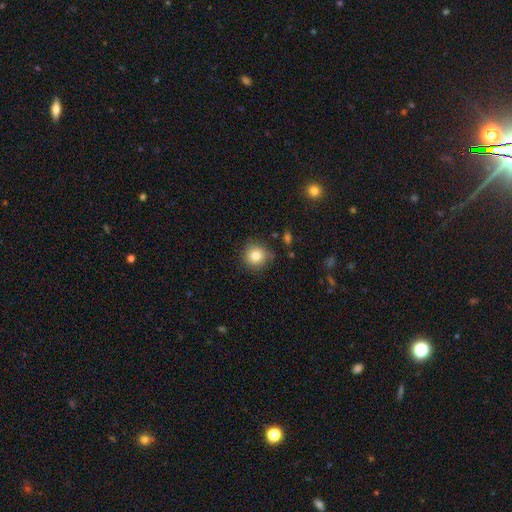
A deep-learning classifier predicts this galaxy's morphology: Q: Smooth or featured?
A: smooth (82%); runner-up: star or artifact (10%)
Q: How rounded?
A: round (92%); runner-up: in between (7%)
Q: Merging?
A: none (82%); runner-up: minor disturbance (13%)